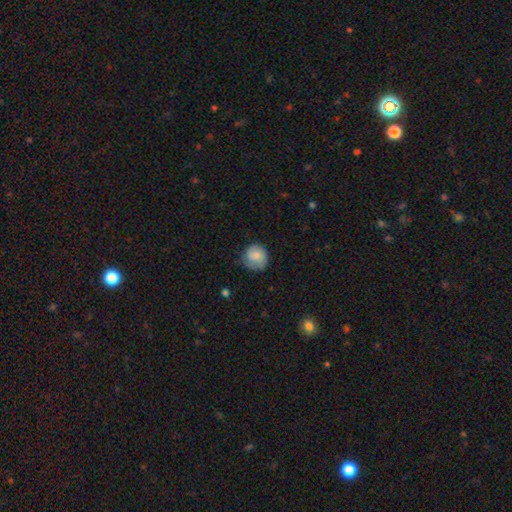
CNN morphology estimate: Smooth or featured: smooth — 70% (featured or disk — 23%)
How rounded: round — 86% (in between — 13%)
Merging: none — 62% (minor disturbance — 27%)